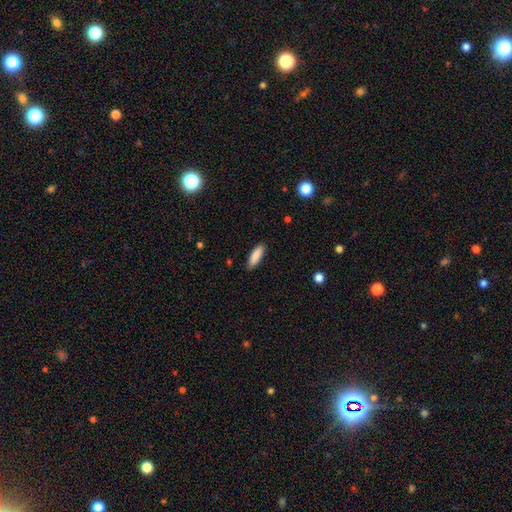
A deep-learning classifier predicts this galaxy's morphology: smooth 88%, star or artifact 6%, featured or disk 6%. Down the decision tree: how rounded — in between (54%); merging — none (88%).